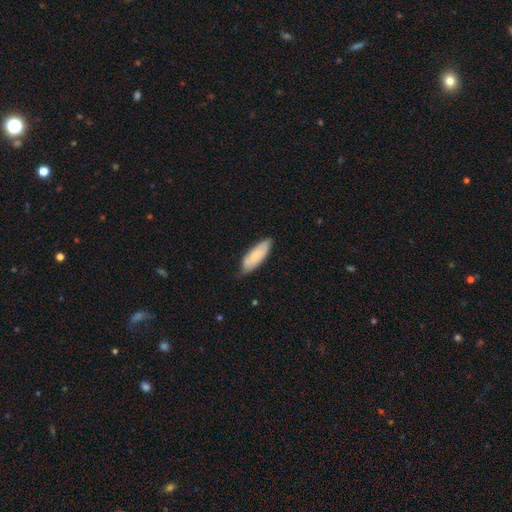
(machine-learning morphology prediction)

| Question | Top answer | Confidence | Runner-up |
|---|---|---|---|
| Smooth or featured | smooth | 72% | featured or disk (23%) |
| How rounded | in between | 68% | cigar-shaped (31%) |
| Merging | none | 71% | minor disturbance (24%) |